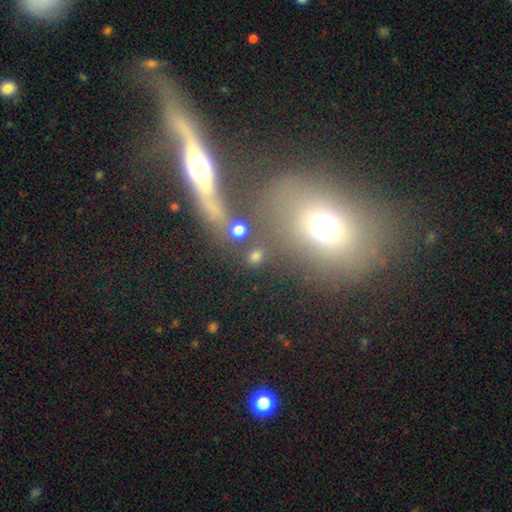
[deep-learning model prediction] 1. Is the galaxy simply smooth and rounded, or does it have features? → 65% smooth, 21% star or artifact, 15% featured or disk.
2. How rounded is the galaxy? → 64% round, 30% in between, 6% cigar-shaped.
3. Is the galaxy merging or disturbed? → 63% none, 17% merger, 10% minor disturbance, 9% major disturbance.